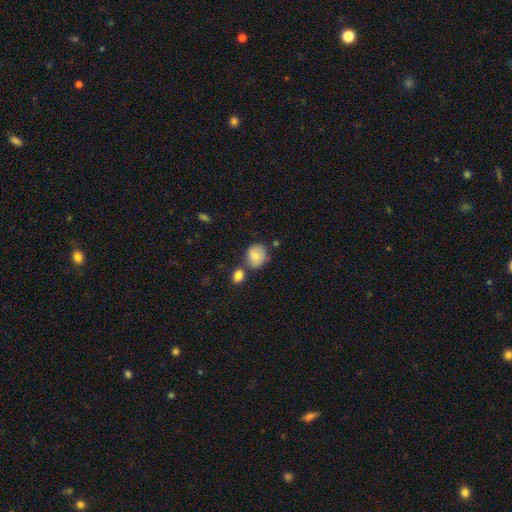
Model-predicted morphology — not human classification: Smooth or featured: smooth — 82% (featured or disk — 10%)
How rounded: round — 73% (in between — 26%)
Merging: none — 58% (merger — 20%)